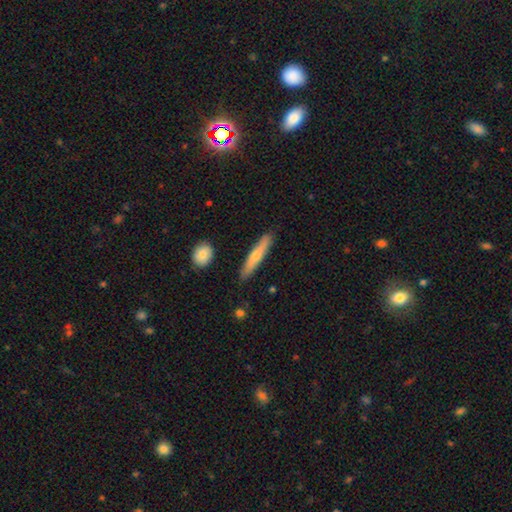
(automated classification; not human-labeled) Smooth or featured? smooth (59%)
How rounded? cigar-shaped (90%)
Merging? none (88%)